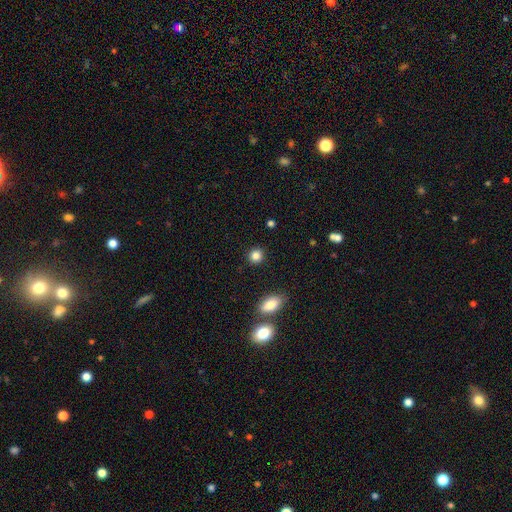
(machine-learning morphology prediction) This appears to be a smooth galaxy with no disk features (86%) that is round (88%). Merging: none (90%).